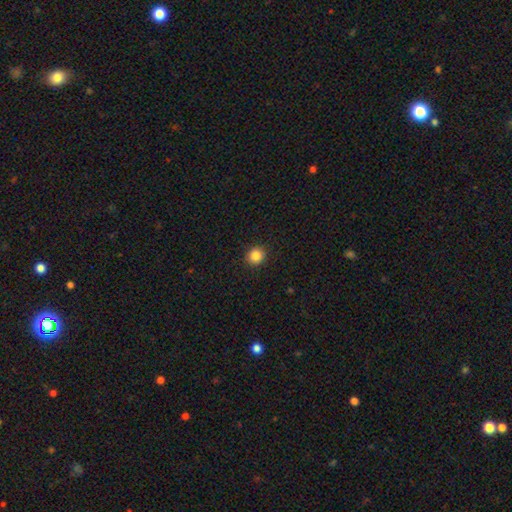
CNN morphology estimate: This is clearly a smooth galaxy (86%). How rounded: clearly round (90%). Merging: clearly none (92%).